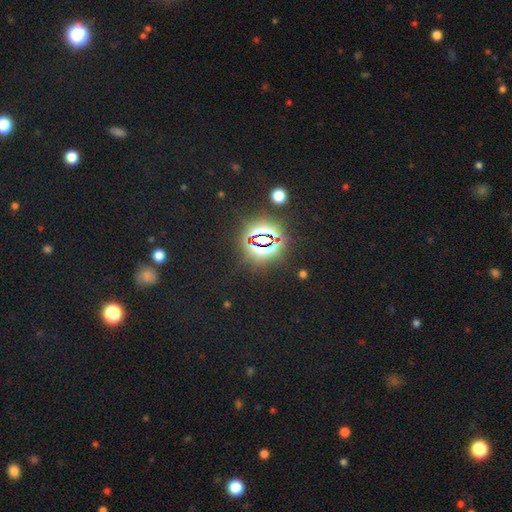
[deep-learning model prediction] smooth-or-featured: star or artifact: 79% | smooth: 13% | featured or disk: 7%